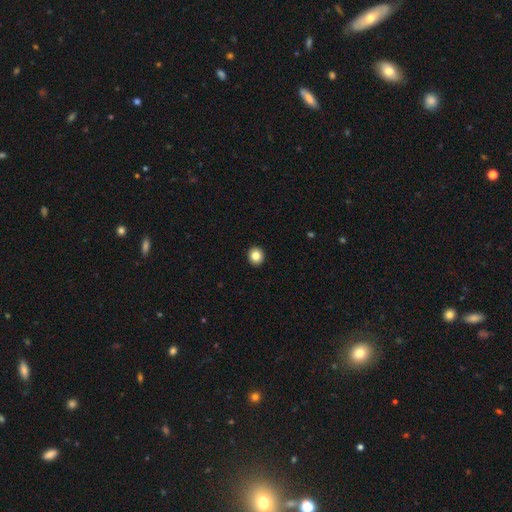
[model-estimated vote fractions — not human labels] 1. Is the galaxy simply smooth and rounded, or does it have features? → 84% smooth, 10% star or artifact, 6% featured or disk.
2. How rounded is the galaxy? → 85% round, 14% in between, 1% cigar-shaped.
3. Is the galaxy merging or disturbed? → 94% none, 4% minor disturbance, 1% major disturbance, 1% merger.